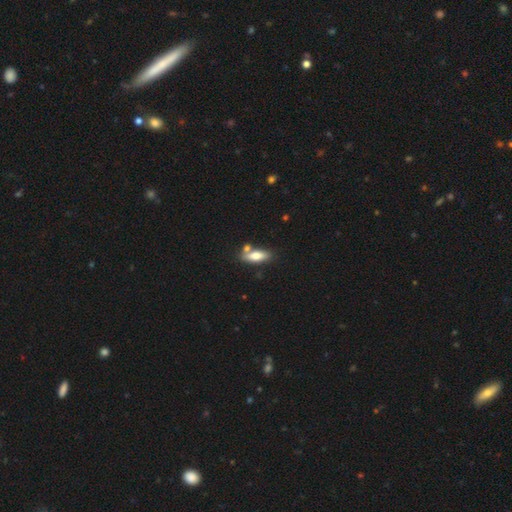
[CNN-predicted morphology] Q: Smooth or featured?
A: smooth (70%); runner-up: featured or disk (24%)
Q: How rounded?
A: in between (64%); runner-up: cigar-shaped (33%)
Q: Merging?
A: none (65%); runner-up: merger (18%)